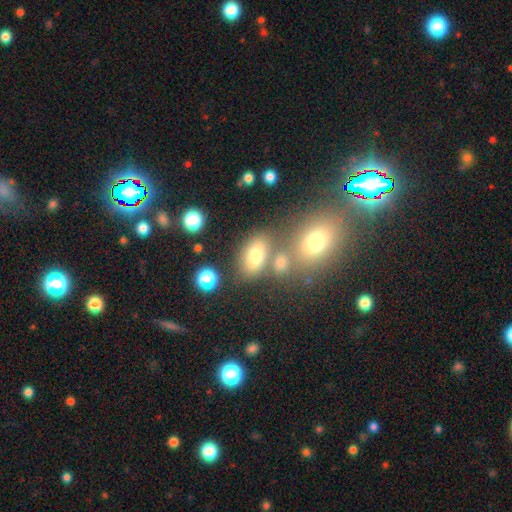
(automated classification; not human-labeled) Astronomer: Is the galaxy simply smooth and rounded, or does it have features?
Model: smooth — 70%.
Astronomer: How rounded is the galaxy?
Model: in between — 79%.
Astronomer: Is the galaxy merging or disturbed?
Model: none — 61%.